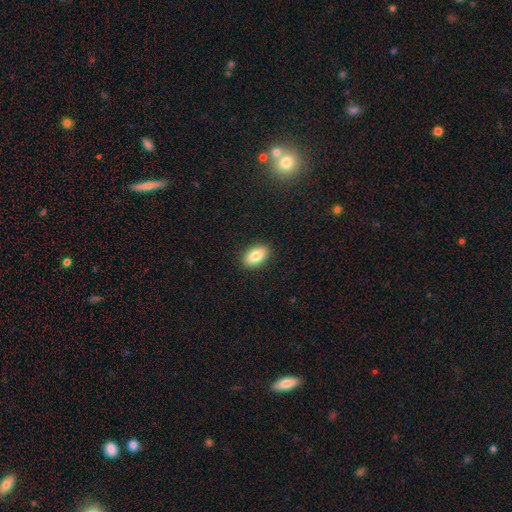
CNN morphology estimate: The model was most divided on "smooth or featured": smooth: 83%, featured or disk: 10%, star or artifact: 7%. More confident: how rounded — in between (90%); merging — none (89%).